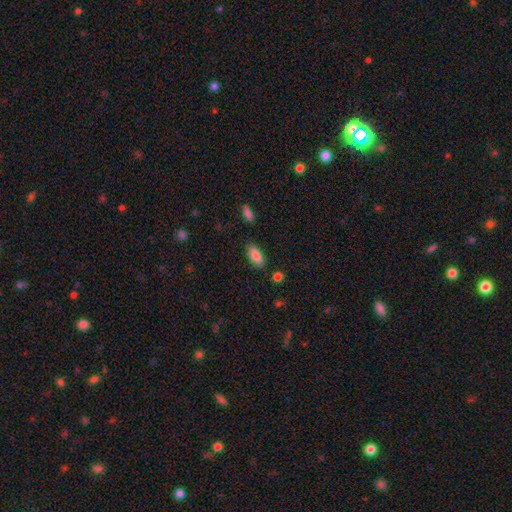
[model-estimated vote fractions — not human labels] This appears to be a smooth galaxy with no disk features (87%) that is in between round and cigar-shaped (86%). Merging: none (84%).